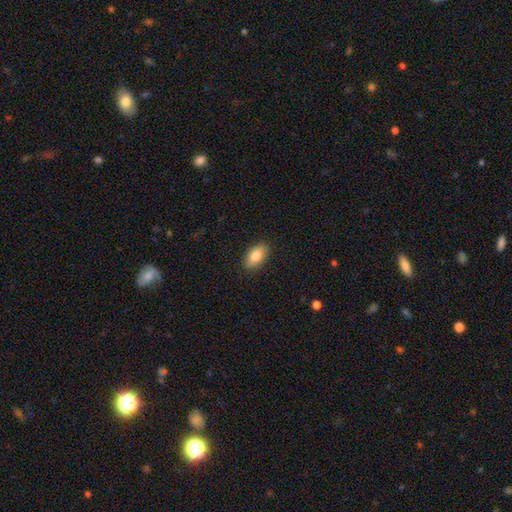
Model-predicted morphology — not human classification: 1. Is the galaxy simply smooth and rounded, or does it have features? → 83% smooth, 10% featured or disk, 7% star or artifact.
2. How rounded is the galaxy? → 91% in between, 5% round, 4% cigar-shaped.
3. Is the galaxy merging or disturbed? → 88% none, 9% minor disturbance, 2% major disturbance, 1% merger.